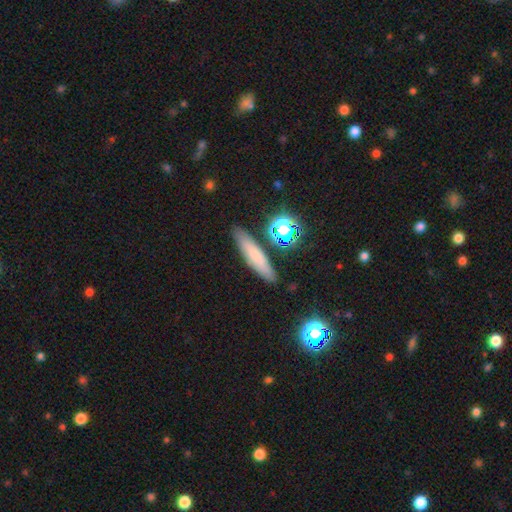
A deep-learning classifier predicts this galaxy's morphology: Q: Smooth or featured?
A: smooth (69%); runner-up: featured or disk (19%)
Q: How rounded?
A: cigar-shaped (79%); runner-up: in between (17%)
Q: Merging?
A: none (85%); runner-up: minor disturbance (9%)